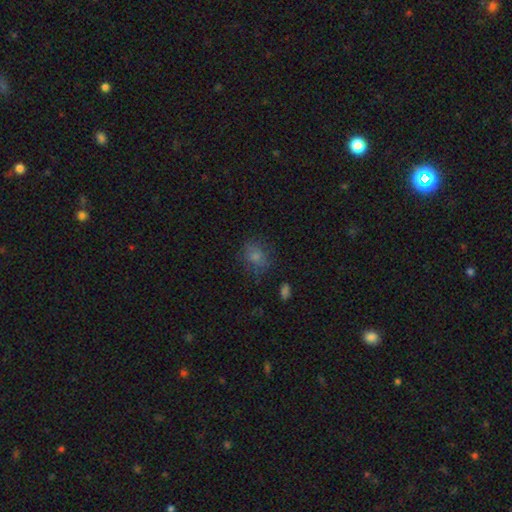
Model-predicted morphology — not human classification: Q: Smooth or featured?
A: smooth (71%); runner-up: star or artifact (19%)
Q: How rounded?
A: round (57%); runner-up: in between (42%)
Q: Merging?
A: none (76%); runner-up: minor disturbance (17%)